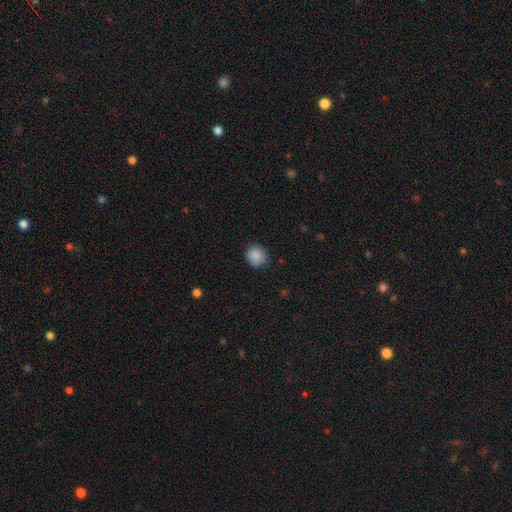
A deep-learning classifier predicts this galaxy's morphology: The model was most divided on "merging": none: 77%, minor disturbance: 18%, major disturbance: 3%, merger: 2%. More confident: smooth or featured — smooth (86%); how rounded — round (84%).